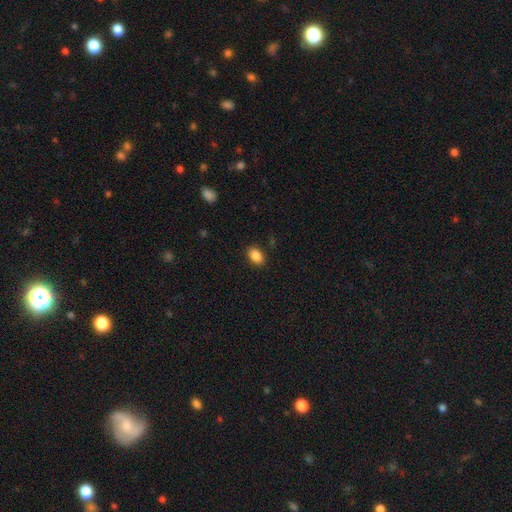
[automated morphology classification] A smooth galaxy with no disk features (88%) that is in between round and cigar-shaped (86%). Merging: none (88%).